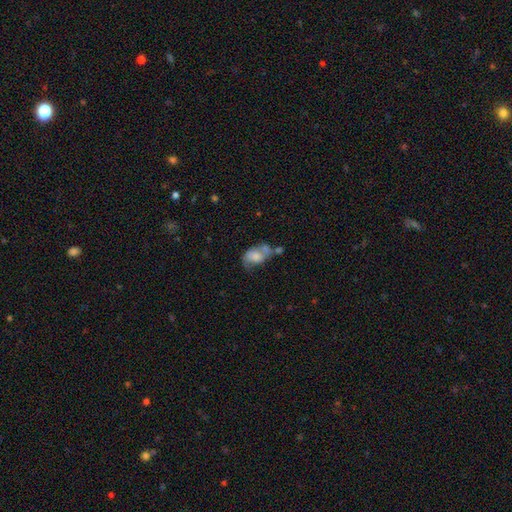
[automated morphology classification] Smooth or featured? Predicted: smooth (p=0.58). How rounded? Predicted: in between (p=0.81). Merging? Predicted: merger (p=0.36).